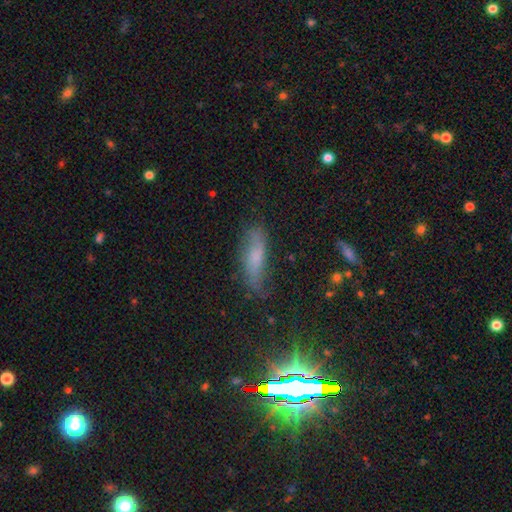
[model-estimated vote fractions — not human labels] smooth-or-featured: smooth: 62% | featured or disk: 27% | star or artifact: 11%
  how-rounded: cigar-shaped: 53% | in between: 44% | round: 3%
  merging: none: 66% | minor disturbance: 24% | major disturbance: 7% | merger: 2%